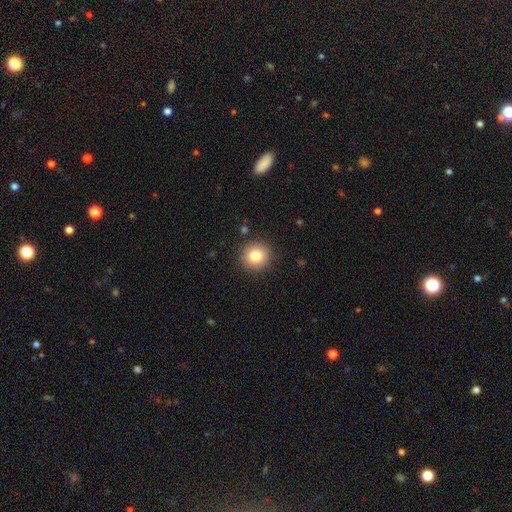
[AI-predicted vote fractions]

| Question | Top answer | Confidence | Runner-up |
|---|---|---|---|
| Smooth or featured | smooth | 81% | star or artifact (11%) |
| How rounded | round | 94% | in between (5%) |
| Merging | none | 90% | minor disturbance (6%) |